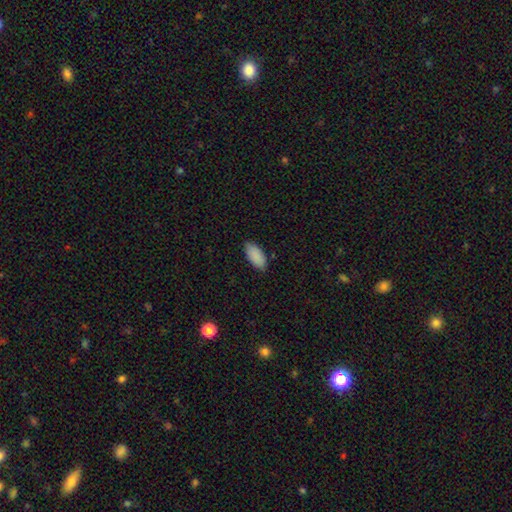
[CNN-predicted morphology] A smooth galaxy with no disk features (90%) that is in between round and cigar-shaped (92%).

Vote fractions:
- Smooth or featured? smooth: 90% / star or artifact: 6% / featured or disk: 4%
- How rounded? in between: 92% / cigar-shaped: 6% / round: 2%
- Merging? none: 83% / minor disturbance: 14% / major disturbance: 2% / merger: 1%